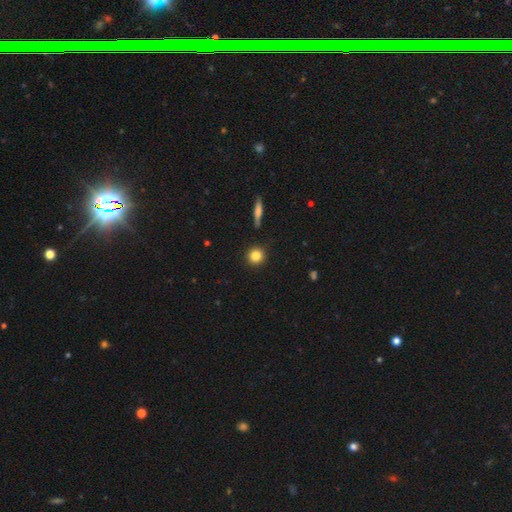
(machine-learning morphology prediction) The model was most divided on "smooth or featured": smooth: 83%, star or artifact: 10%, featured or disk: 7%. More confident: how rounded — round (93%); merging — none (91%).